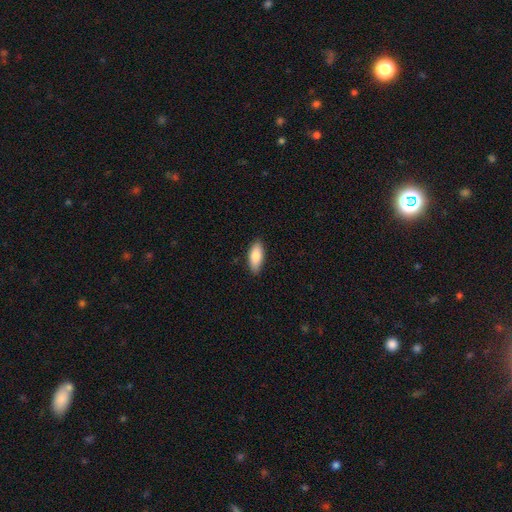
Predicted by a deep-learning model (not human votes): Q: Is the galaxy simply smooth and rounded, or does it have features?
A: smooth — 85%.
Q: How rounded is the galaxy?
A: in between — 82%.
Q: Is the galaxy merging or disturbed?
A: none — 86%.